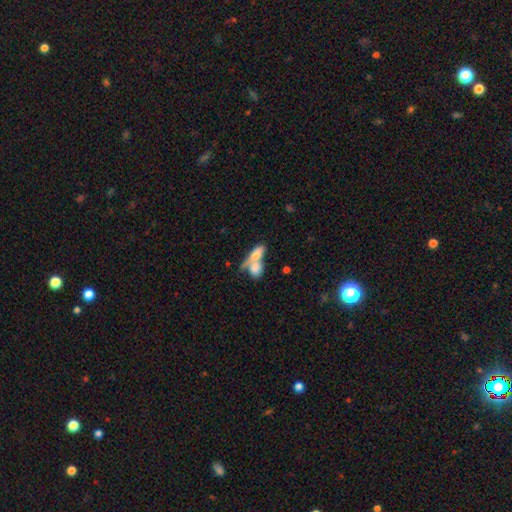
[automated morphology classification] Smooth or featured? Predicted: smooth (p=0.72). How rounded? Predicted: in between (p=0.72). Merging? Predicted: merger (p=0.63).